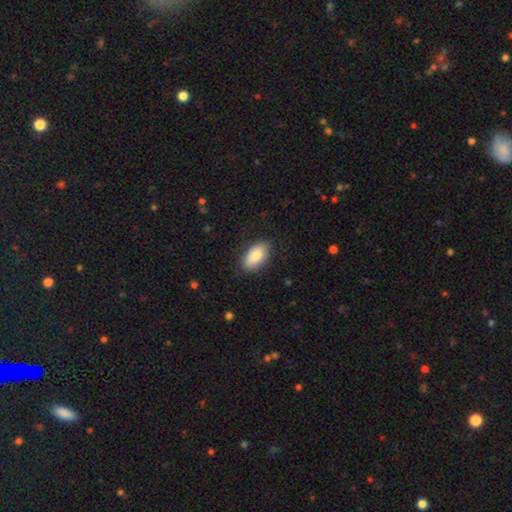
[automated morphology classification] type=smooth (84%); roundness=in between (93%); merging=none (83%).